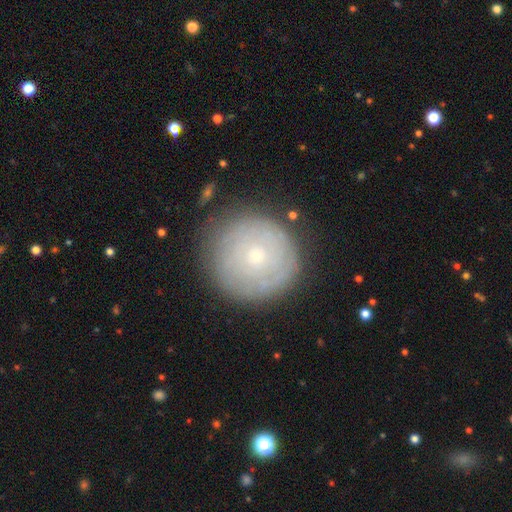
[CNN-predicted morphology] This is possibly a smooth galaxy (51%). How rounded: clearly round (94%). Merging: clearly none (83%).